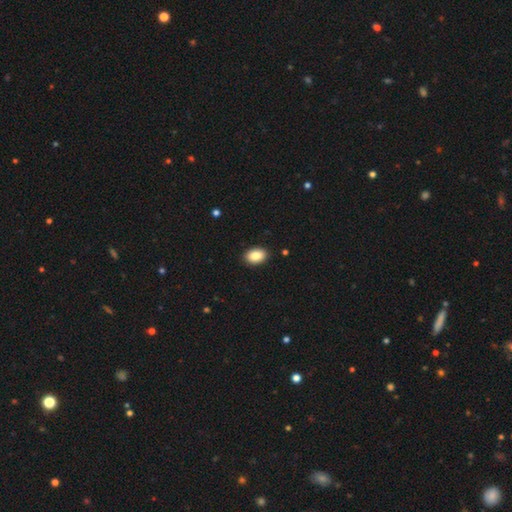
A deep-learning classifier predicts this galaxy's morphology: The model was most divided on "how rounded": in between: 85%, round: 14%, cigar-shaped: 1%. More confident: merging — none (90%); smooth or featured — smooth (87%).